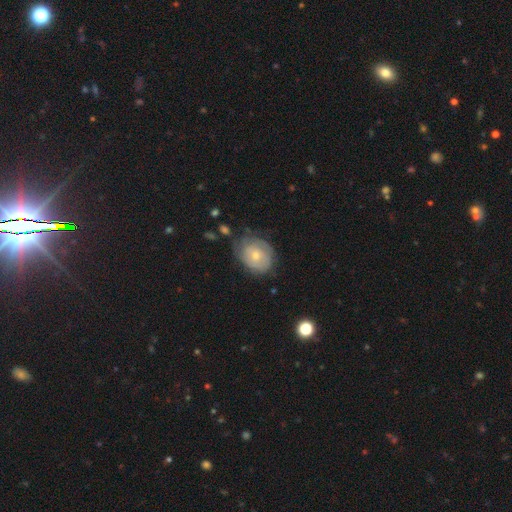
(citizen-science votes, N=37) Smooth or featured? featured or disk (49%)
Edge-on disk? no (100%)
Bar? no (89%)
Spiral arms? yes (78%)
Spiral winding? tight (86%)
Spiral arm count? can't tell (64%)
Bulge size? small (61%)
Merging? none (46%)